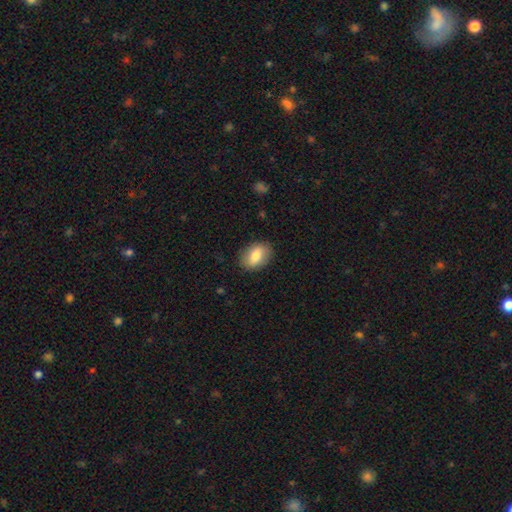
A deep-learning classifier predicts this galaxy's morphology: Smooth or featured: smooth — 79% (featured or disk — 14%)
How rounded: in between — 83% (round — 16%)
Merging: none — 86% (minor disturbance — 11%)